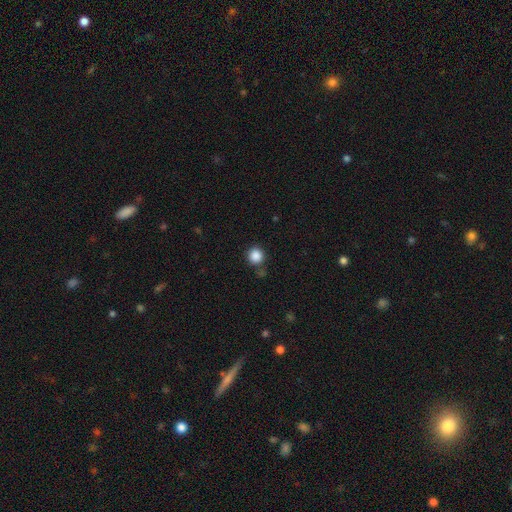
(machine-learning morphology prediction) Overall: smooth (87%). How rounded: round (93%). Merging: none (82%).